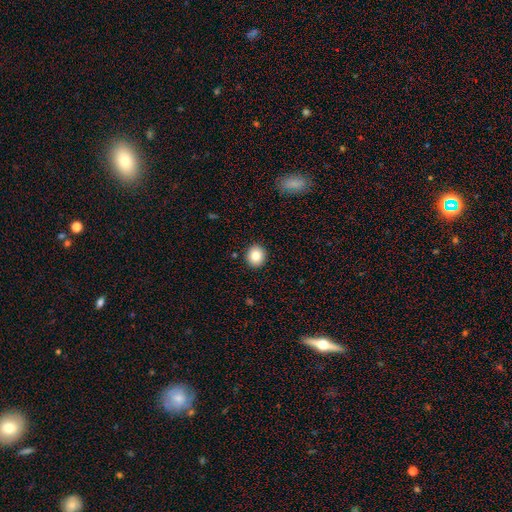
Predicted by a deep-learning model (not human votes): A smooth galaxy with no disk features (85%) that is round (77%).

Vote fractions:
- Smooth or featured? smooth: 85% / star or artifact: 9% / featured or disk: 6%
- How rounded? round: 77% / in between: 22% / cigar-shaped: 1%
- Merging? none: 91% / minor disturbance: 6% / major disturbance: 2% / merger: 1%